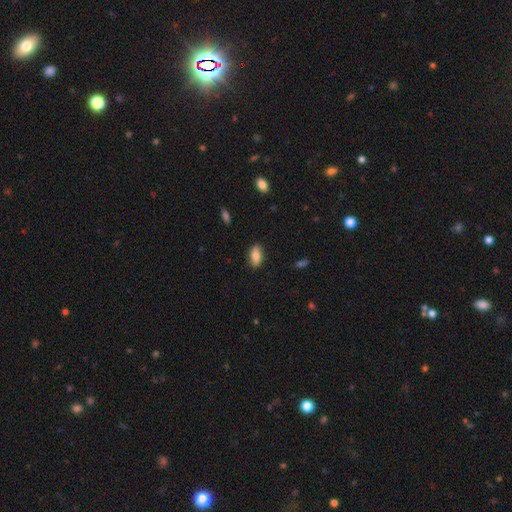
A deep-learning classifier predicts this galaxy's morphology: Smooth or featured? smooth (81%)
How rounded? in between (90%)
Merging? none (87%)